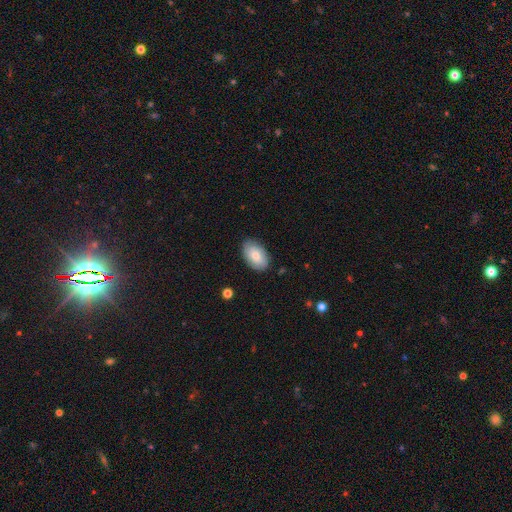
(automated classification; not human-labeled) Smooth or featured? smooth (78%)
How rounded? in between (93%)
Merging? none (82%)